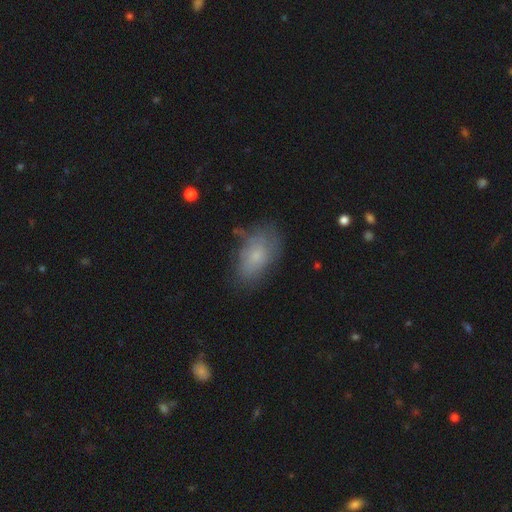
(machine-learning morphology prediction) smooth 69%, featured or disk 23%, star or artifact 9%. Down the decision tree: how rounded — in between (91%); merging — none (66%).